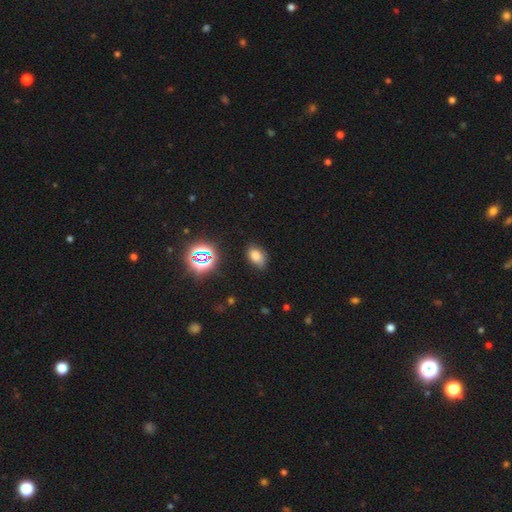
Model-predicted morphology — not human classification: smooth-or-featured: smooth: 73% | star or artifact: 19% | featured or disk: 8%
  how-rounded: in between: 86% | round: 12% | cigar-shaped: 2%
  merging: none: 73% | minor disturbance: 21% | major disturbance: 5% | merger: 2%